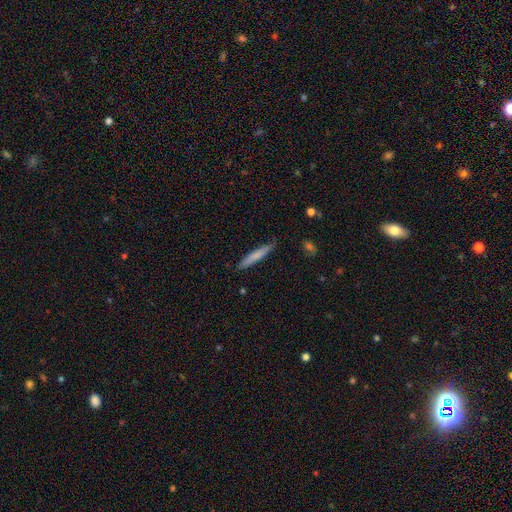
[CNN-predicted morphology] Overall: smooth (71%). How rounded: cigar-shaped (94%). Merging: none (86%).